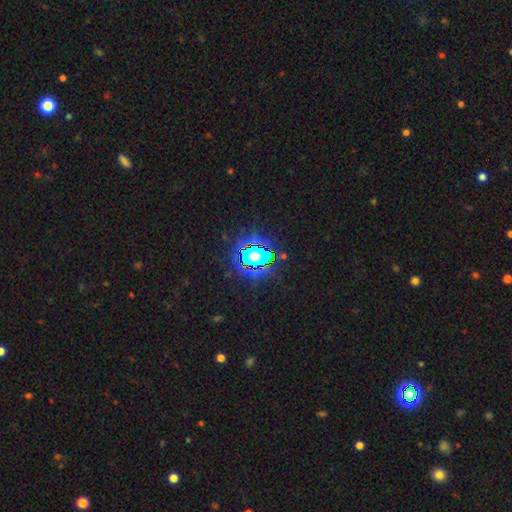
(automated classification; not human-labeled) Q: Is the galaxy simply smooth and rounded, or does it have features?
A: star or artifact — 82%.